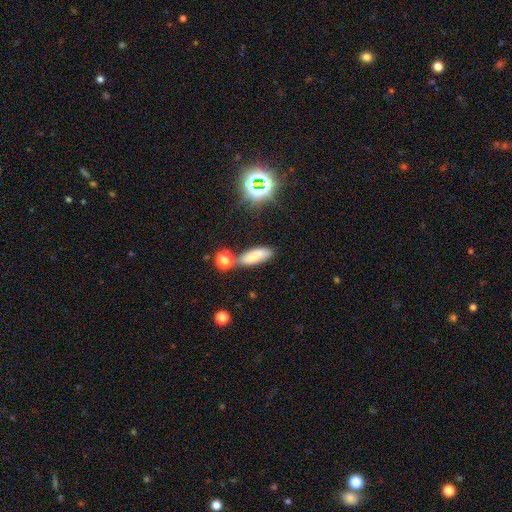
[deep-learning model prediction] Smooth or featured? smooth (70%)
How rounded? in between (56%)
Merging? none (62%)